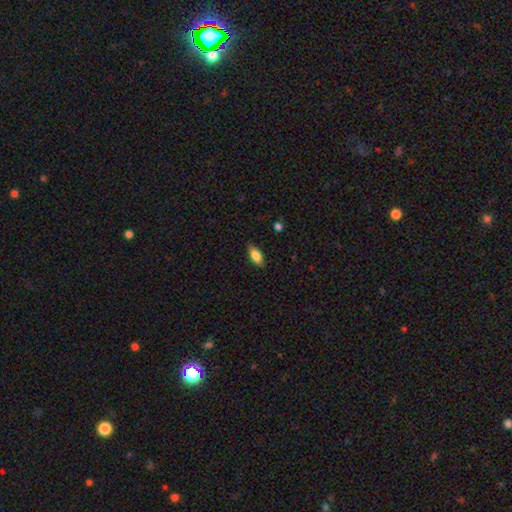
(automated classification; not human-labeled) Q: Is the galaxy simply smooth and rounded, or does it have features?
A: smooth — 79%.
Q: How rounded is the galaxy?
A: in between — 83%.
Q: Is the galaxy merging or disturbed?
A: none — 86%.